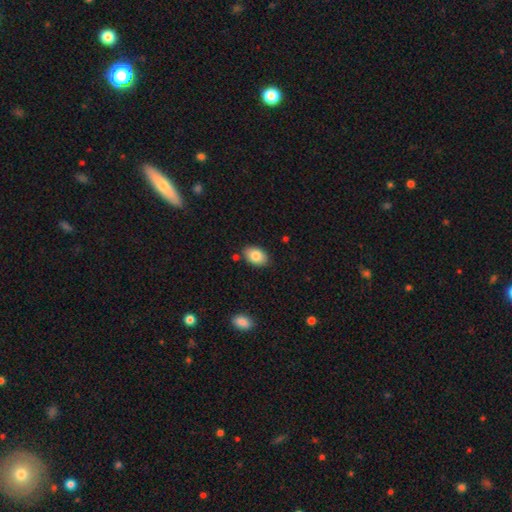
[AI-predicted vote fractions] Smooth or featured? smooth (85%)
How rounded? in between (90%)
Merging? none (84%)